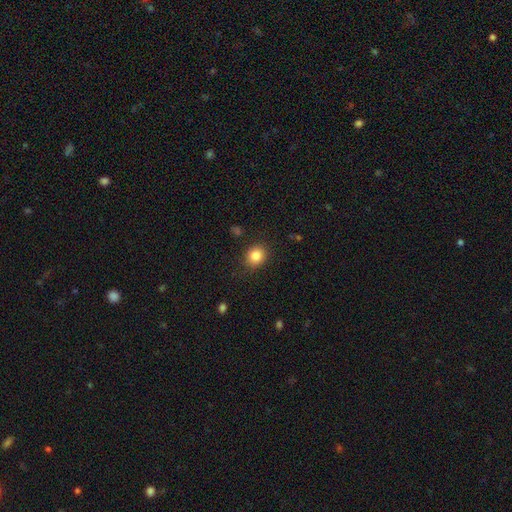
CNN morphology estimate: Q: Smooth or featured?
A: smooth (84%); runner-up: star or artifact (10%)
Q: How rounded?
A: round (75%); runner-up: in between (24%)
Q: Merging?
A: none (86%); runner-up: minor disturbance (10%)